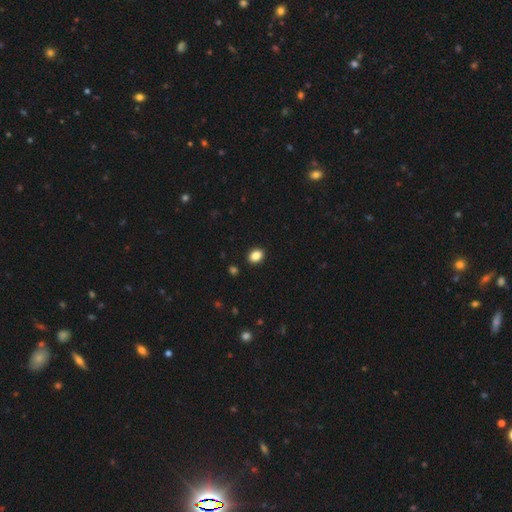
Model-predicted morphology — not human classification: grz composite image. It shows a smooth galaxy with no disk features (86%) that is in between round and cigar-shaped (61%). Merging: none (91%).